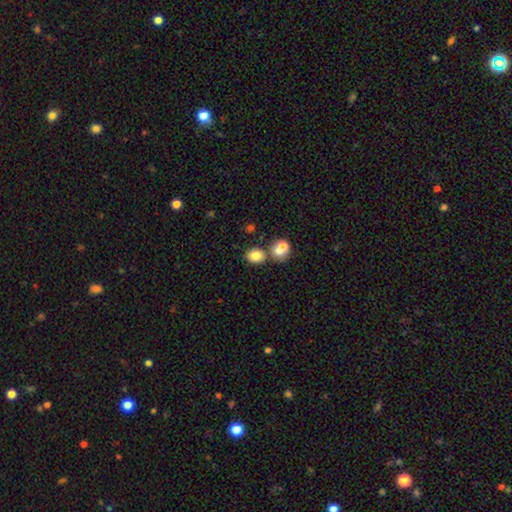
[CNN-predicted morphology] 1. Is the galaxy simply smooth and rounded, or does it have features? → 79% smooth, 11% star or artifact, 10% featured or disk.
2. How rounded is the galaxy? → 53% in between, 46% round, 1% cigar-shaped.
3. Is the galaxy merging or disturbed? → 57% none, 30% merger, 10% minor disturbance, 4% major disturbance.